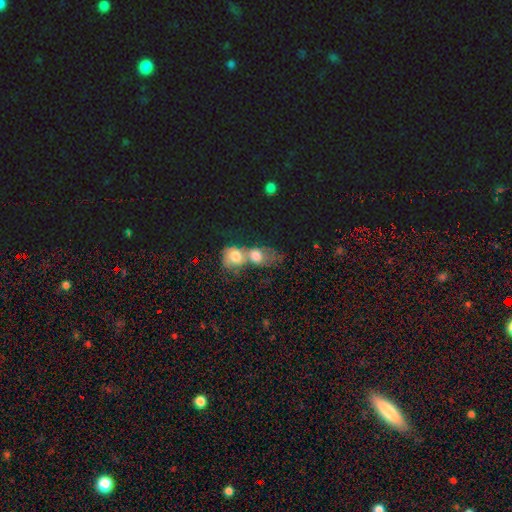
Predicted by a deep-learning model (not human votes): This appears to be a smooth galaxy with no disk features (67%) that is round (53%). Merging: merger (80%).